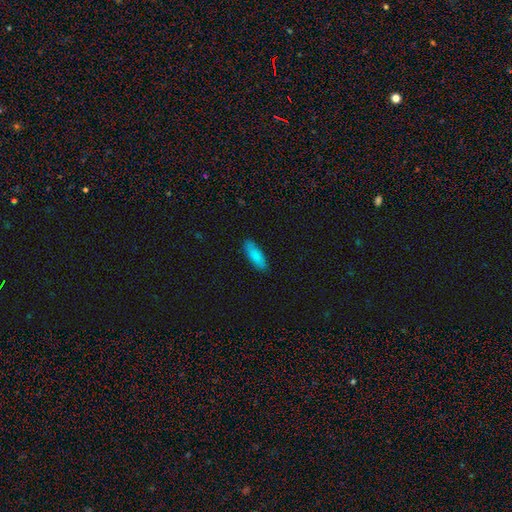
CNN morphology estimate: A smooth galaxy with no disk features (83%) that is in between round and cigar-shaped (65%).

Vote fractions:
- Smooth or featured? smooth: 83% / featured or disk: 11% / star or artifact: 6%
- How rounded? in between: 65% / cigar-shaped: 33% / round: 2%
- Merging? none: 85% / minor disturbance: 12% / major disturbance: 2% / merger: 1%